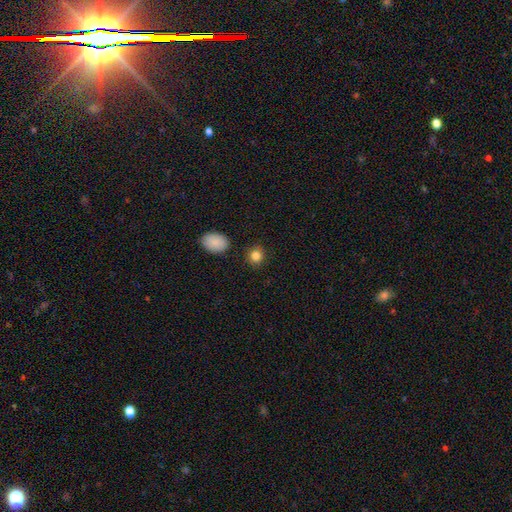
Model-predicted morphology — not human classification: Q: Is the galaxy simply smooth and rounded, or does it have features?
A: smooth — 85%.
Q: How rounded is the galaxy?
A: round — 78%.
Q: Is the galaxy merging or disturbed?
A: none — 88%.